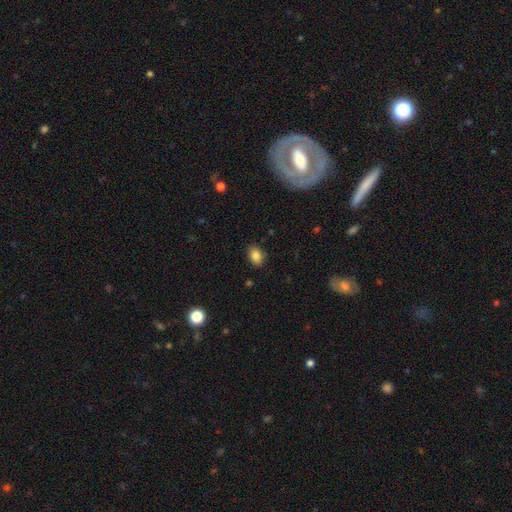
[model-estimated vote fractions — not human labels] smooth_or_featured: smooth (p=0.85) [alt: star or artifact p=0.09]
how_rounded: in between (p=0.77) [alt: round p=0.22]
merging: none (p=0.84) [alt: minor disturbance p=0.12]